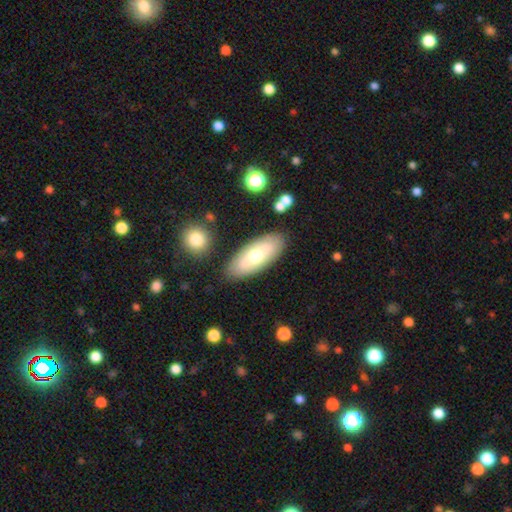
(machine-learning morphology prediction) smooth 59%, featured or disk 35%, star or artifact 6%. Down the decision tree: how rounded — in between (81%); merging — none (82%).